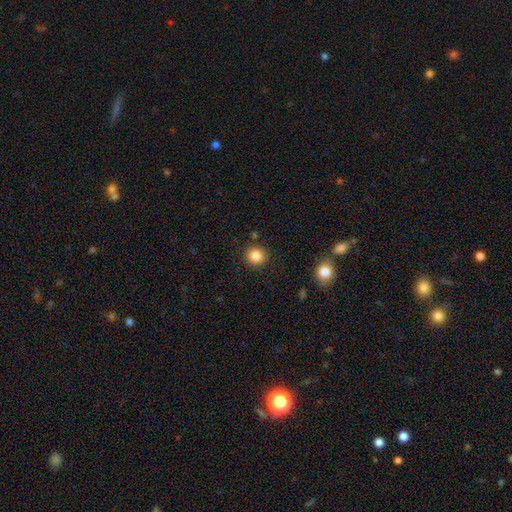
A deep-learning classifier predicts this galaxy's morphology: Smooth or featured? smooth (86%)
How rounded? round (89%)
Merging? none (88%)